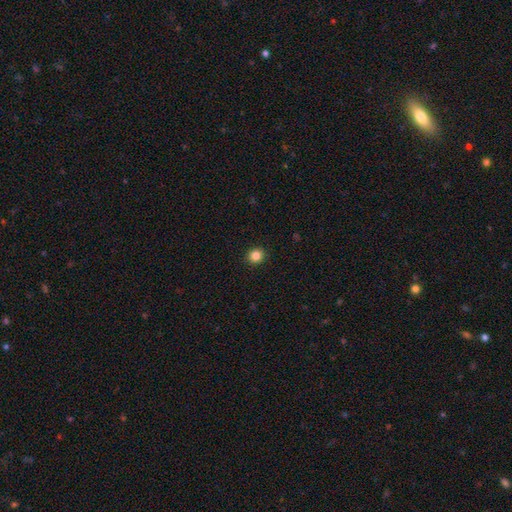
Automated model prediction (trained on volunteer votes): The model was most divided on "smooth or featured": smooth: 85%, star or artifact: 11%, featured or disk: 4%. More confident: merging — none (93%); how rounded — round (88%).